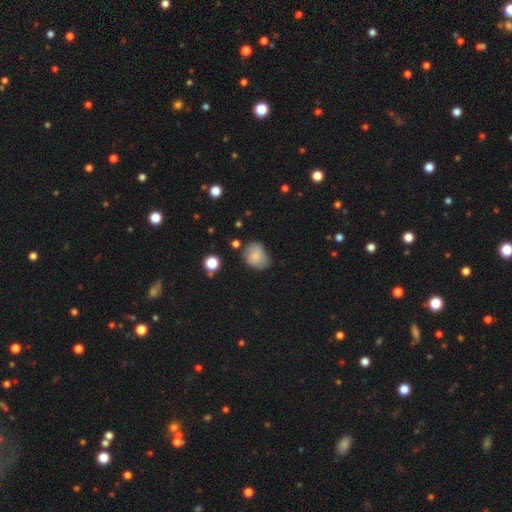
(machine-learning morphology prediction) smooth 74%, featured or disk 17%, star or artifact 9%. Down the decision tree: how rounded — in between (57%); merging — none (54%).